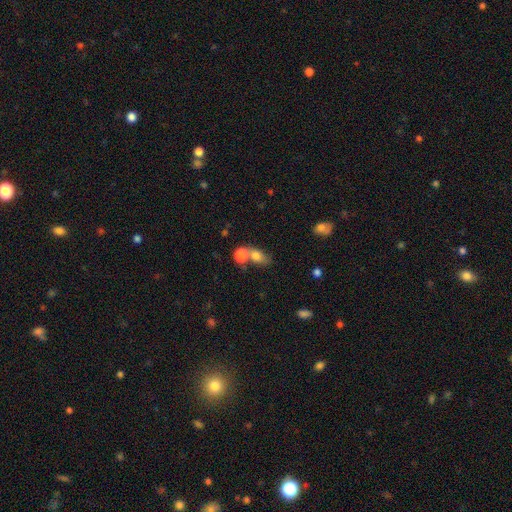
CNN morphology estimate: smooth-or-featured: smooth: 76% | featured or disk: 12% | star or artifact: 12%
  how-rounded: in between: 62% | round: 34% | cigar-shaped: 4%
  merging: merger: 42% | none: 38% | minor disturbance: 12% | major disturbance: 7%